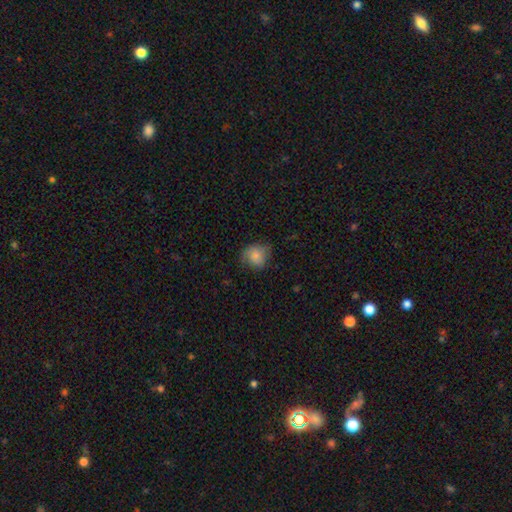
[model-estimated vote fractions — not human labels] Q: Smooth or featured?
A: smooth (79%); runner-up: featured or disk (13%)
Q: How rounded?
A: round (73%); runner-up: in between (26%)
Q: Merging?
A: none (64%); runner-up: minor disturbance (27%)